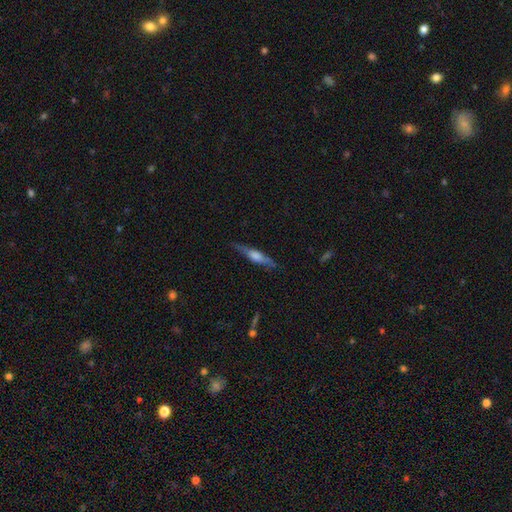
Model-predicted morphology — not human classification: This appears to be a featured or disk galaxy (70%) viewed edge-on (95%) with a rounded central bulge (68%). Merging: none (84%).